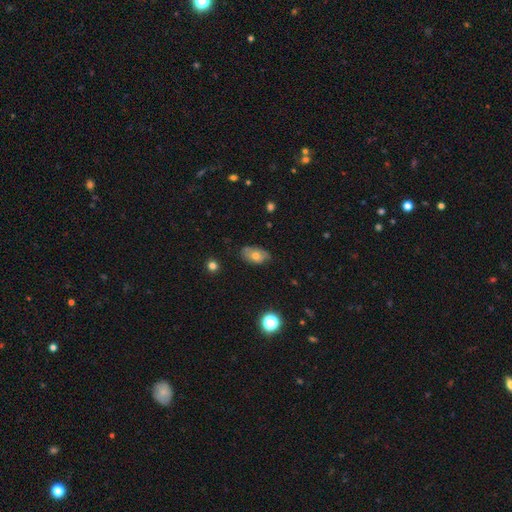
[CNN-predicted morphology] A smooth galaxy with no disk features (63%) that is in between round and cigar-shaped (88%).

Vote fractions:
- Smooth or featured? smooth: 63% / featured or disk: 27% / star or artifact: 10%
- How rounded? in between: 88% / round: 10% / cigar-shaped: 2%
- Merging? none: 68% / minor disturbance: 26% / major disturbance: 5% / merger: 1%